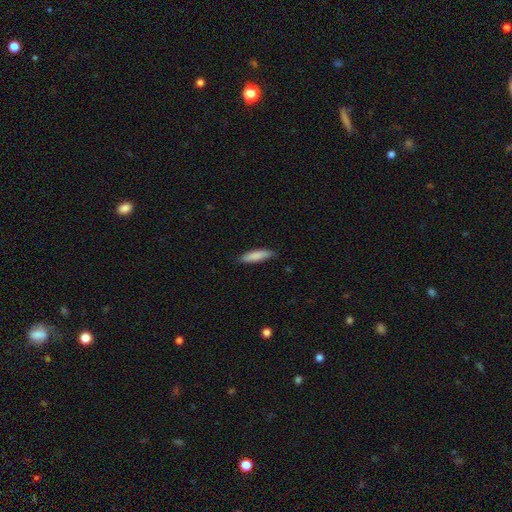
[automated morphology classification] Smooth or featured: smooth — 85% (featured or disk — 9%)
How rounded: cigar-shaped — 69% (in between — 29%)
Merging: none — 85% (minor disturbance — 12%)